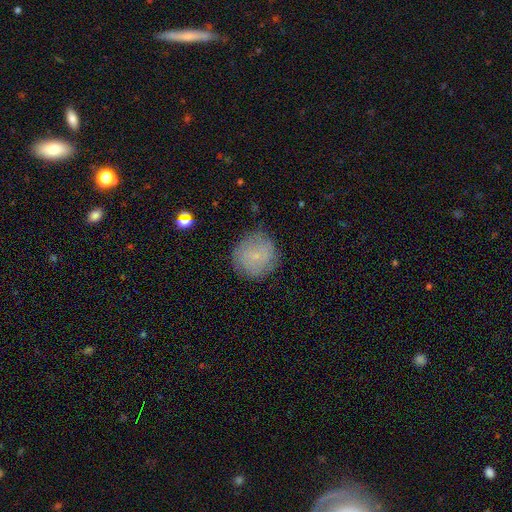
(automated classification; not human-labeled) smooth_or_featured: smooth (p=0.65) [alt: featured or disk p=0.25]
how_rounded: round (p=0.92) [alt: in between p=0.07]
merging: none (p=0.78) [alt: minor disturbance p=0.16]